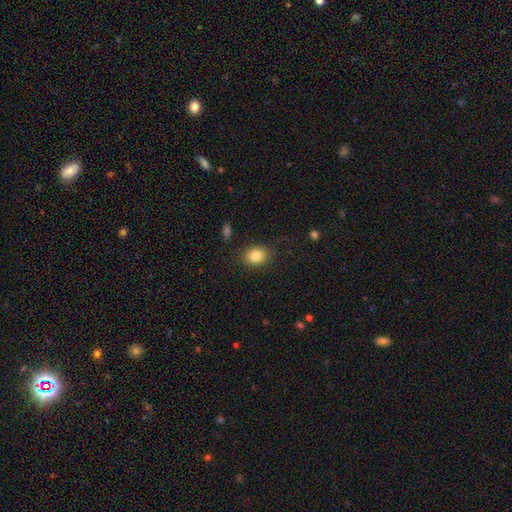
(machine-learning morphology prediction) This is clearly a smooth galaxy (84%). How rounded: possibly in between (59%). Merging: clearly none (86%).